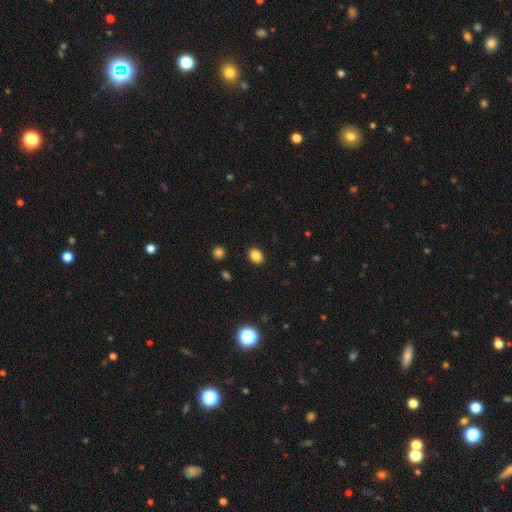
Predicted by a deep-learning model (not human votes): The model was most divided on "how rounded": in between: 63%, round: 37%, cigar-shaped: 1%. More confident: merging — none (89%); smooth or featured — smooth (85%).